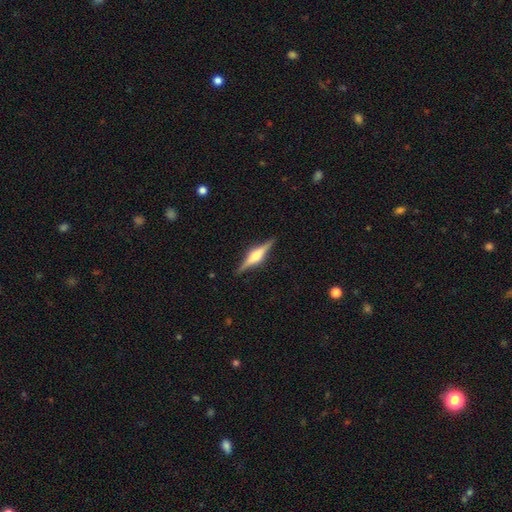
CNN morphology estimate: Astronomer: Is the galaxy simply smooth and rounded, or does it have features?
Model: featured or disk — 80%.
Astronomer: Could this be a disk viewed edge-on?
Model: yes — 98%.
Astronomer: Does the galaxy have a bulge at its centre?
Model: rounded — 90%.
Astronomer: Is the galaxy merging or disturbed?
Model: none — 90%.